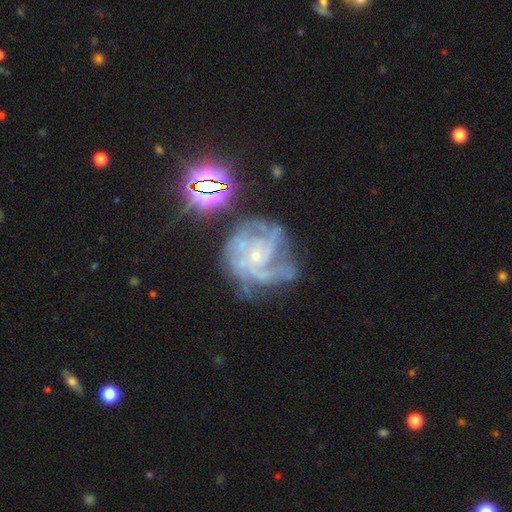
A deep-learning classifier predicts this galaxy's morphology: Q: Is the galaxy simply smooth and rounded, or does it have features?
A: featured or disk — 81%.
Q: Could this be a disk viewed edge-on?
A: no — 98%.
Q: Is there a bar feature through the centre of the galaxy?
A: no — 74%.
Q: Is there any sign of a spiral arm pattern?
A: yes — 94%.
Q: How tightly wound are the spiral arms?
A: tight — 45%.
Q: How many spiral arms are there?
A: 3 — 30%.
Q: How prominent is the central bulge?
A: small — 78%.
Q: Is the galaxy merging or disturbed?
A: none — 49%.